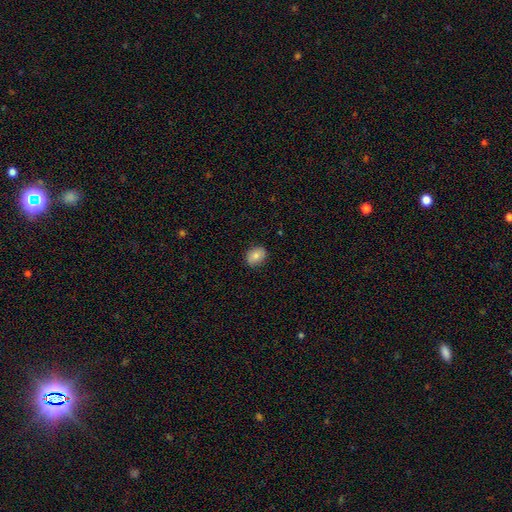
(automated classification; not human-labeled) This is clearly a smooth galaxy (82%). How rounded: likely in between (64%). Merging: clearly none (87%).